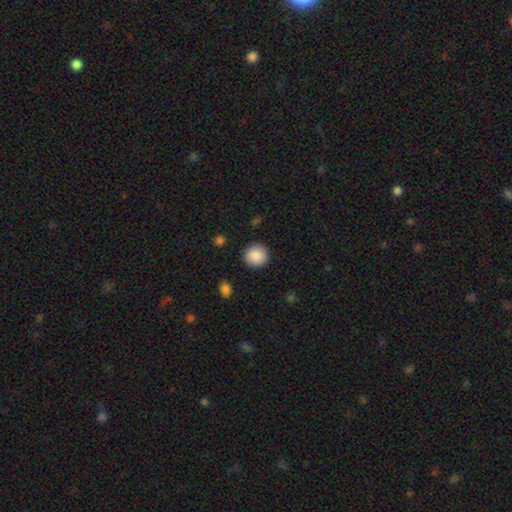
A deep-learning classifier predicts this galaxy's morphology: This appears to be a smooth galaxy with no disk features (88%) that is round (90%). Merging: none (90%).